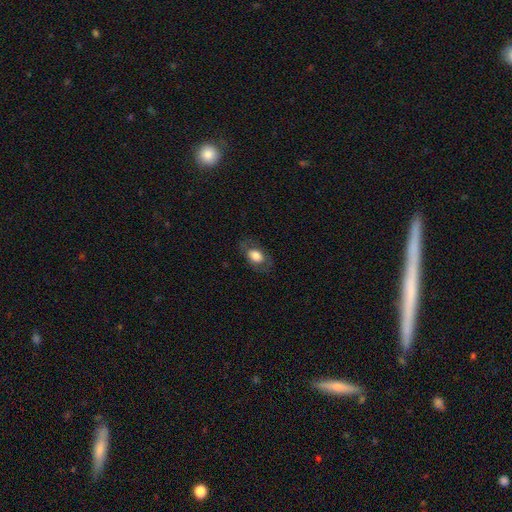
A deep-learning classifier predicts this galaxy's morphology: Q: Smooth or featured?
A: smooth (70%); runner-up: featured or disk (23%)
Q: How rounded?
A: in between (85%); runner-up: round (13%)
Q: Merging?
A: none (75%); runner-up: minor disturbance (16%)